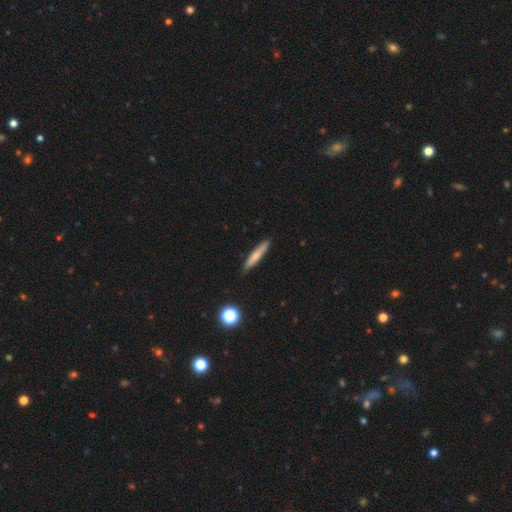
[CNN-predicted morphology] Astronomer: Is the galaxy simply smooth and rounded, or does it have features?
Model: smooth — 70%.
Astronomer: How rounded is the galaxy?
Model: cigar-shaped — 92%.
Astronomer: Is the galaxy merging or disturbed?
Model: none — 87%.